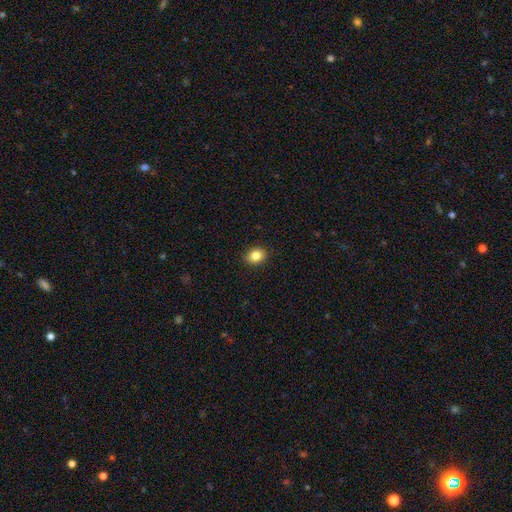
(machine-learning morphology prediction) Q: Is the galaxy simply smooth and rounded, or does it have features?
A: smooth — 84%.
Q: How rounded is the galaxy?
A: round — 53%.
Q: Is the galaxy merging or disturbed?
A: none — 90%.